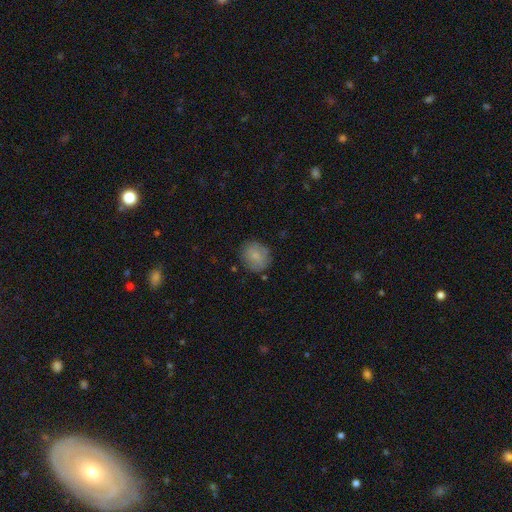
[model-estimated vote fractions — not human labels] Morphology: type=smooth (80%); roundness=round (77%); merging=none (78%).